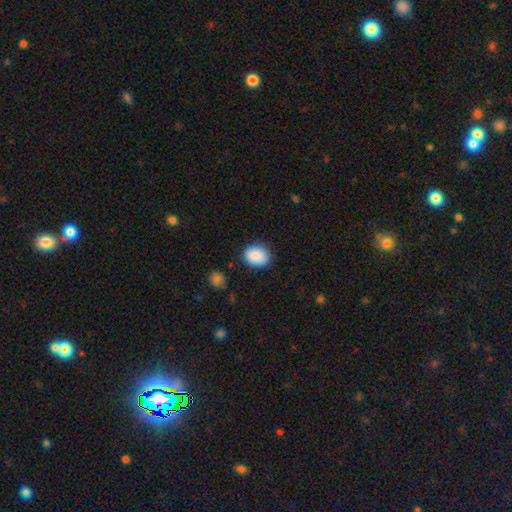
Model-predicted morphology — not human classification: The model was most divided on "how rounded": in between: 50%, round: 49%, cigar-shaped: 1%. More confident: smooth or featured — smooth (88%); merging — none (83%).